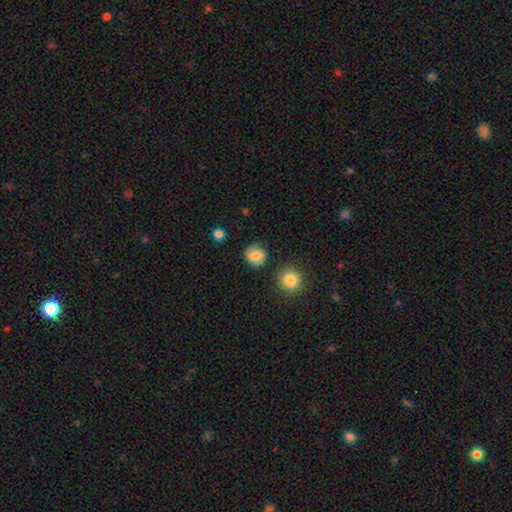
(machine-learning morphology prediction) smooth_or_featured: smooth (p=0.80) [alt: featured or disk p=0.11]
how_rounded: round (p=0.83) [alt: in between p=0.16]
merging: none (p=0.81) [alt: minor disturbance p=0.13]